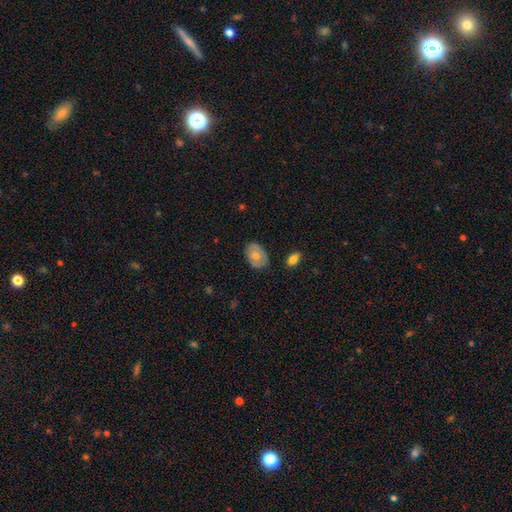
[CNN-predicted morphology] smooth_or_featured: smooth (p=0.60) [alt: featured or disk p=0.33]
how_rounded: in between (p=0.81) [alt: round p=0.18]
merging: none (p=0.81) [alt: minor disturbance p=0.15]